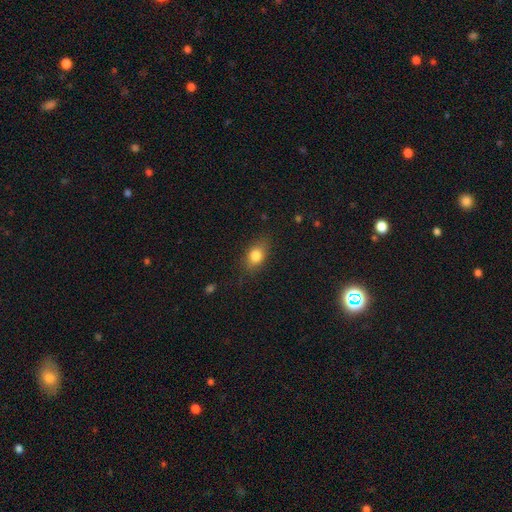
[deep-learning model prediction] smooth 81%, featured or disk 10%, star or artifact 9%. Down the decision tree: how rounded — in between (75%); merging — none (80%).